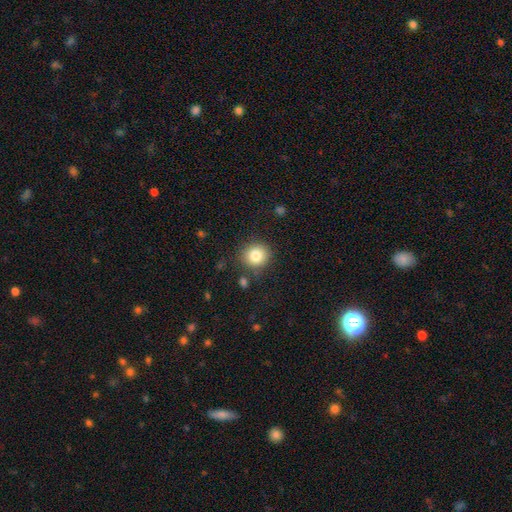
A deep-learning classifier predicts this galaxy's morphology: smooth-or-featured: smooth: 83% | star or artifact: 10% | featured or disk: 7%
  how-rounded: round: 85% | in between: 14% | cigar-shaped: 1%
  merging: none: 85% | minor disturbance: 9% | major disturbance: 3% | merger: 3%